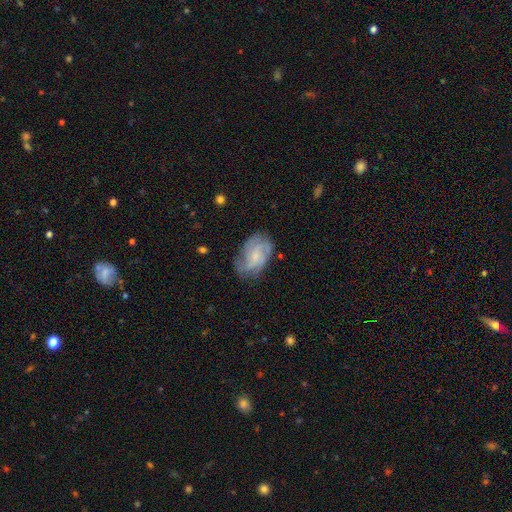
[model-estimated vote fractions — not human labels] Overall: featured or disk (67%). Edge-on disk: no (97%). Bar: no (60%; weak 35%). Spiral arms: yes (89%). Spiral arm count: can't tell (32%; 3 25%). Spiral winding: medium (43%; tight 40%). Bulge size: small (54%; moderate 26%). Merging: none (68%).